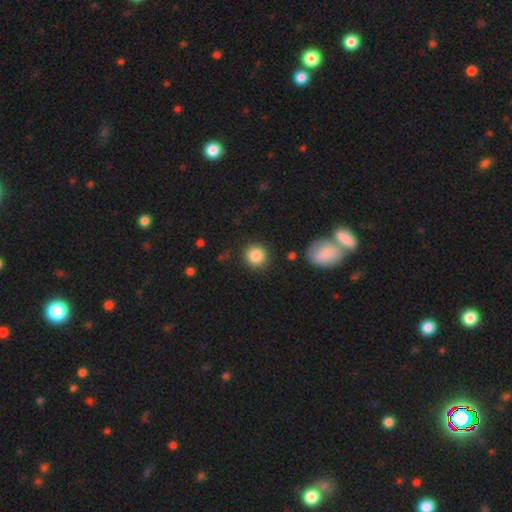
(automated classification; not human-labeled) Smooth or featured? smooth (86%)
How rounded? round (91%)
Merging? none (87%)